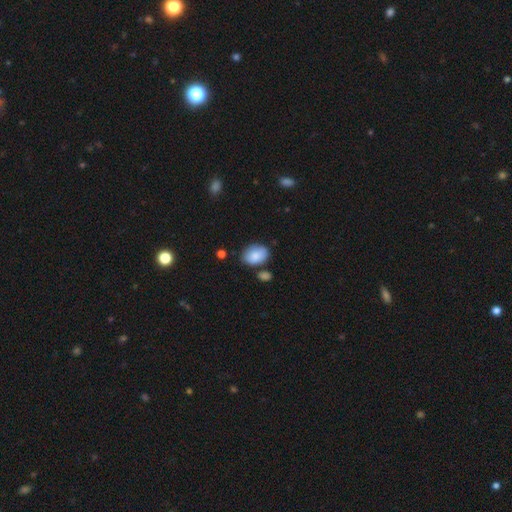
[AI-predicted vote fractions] Smooth or featured?
  - smooth: 85% *
  - featured or disk: 8%
  - star or artifact: 7%
How rounded?
  - in between: 80% *
  - round: 19%
  - cigar-shaped: 1%
Merging?
  - none: 70% *
  - minor disturbance: 19%
  - merger: 7%
  - major disturbance: 4%